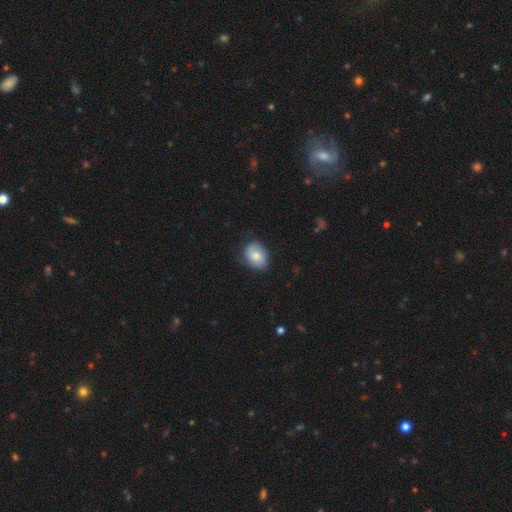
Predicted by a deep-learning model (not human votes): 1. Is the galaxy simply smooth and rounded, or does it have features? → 75% smooth, 18% featured or disk, 7% star or artifact.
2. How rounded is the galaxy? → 64% in between, 35% round, 1% cigar-shaped.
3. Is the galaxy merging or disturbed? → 75% none, 19% minor disturbance, 4% major disturbance, 1% merger.